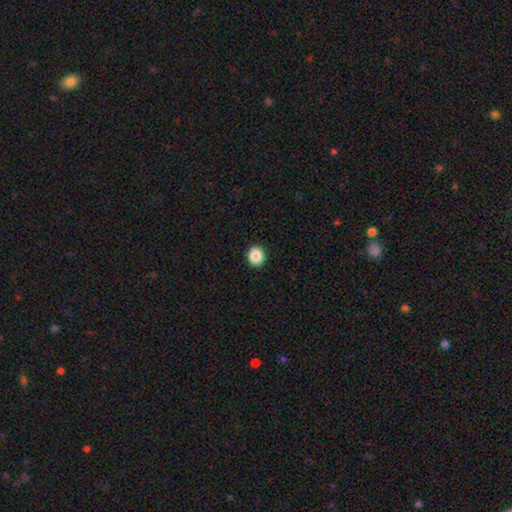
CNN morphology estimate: smooth-or-featured: smooth: 88% | star or artifact: 9% | featured or disk: 3%
  how-rounded: round: 88% | in between: 11% | cigar-shaped: 1%
  merging: none: 93% | minor disturbance: 5% | major disturbance: 1% | merger: 1%